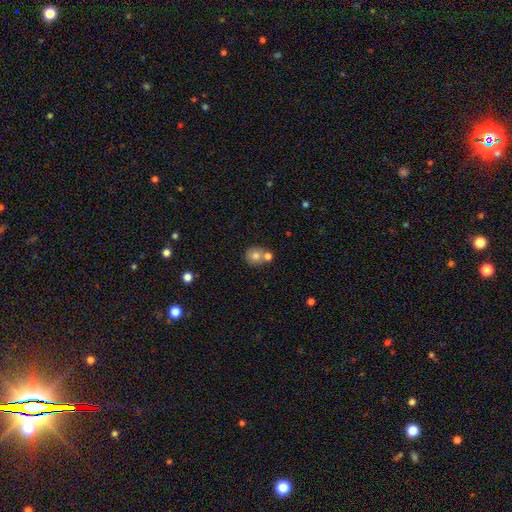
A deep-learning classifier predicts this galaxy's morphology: Overall: smooth (76%). How rounded: round (83%). Merging: none (50%; merger 38%).